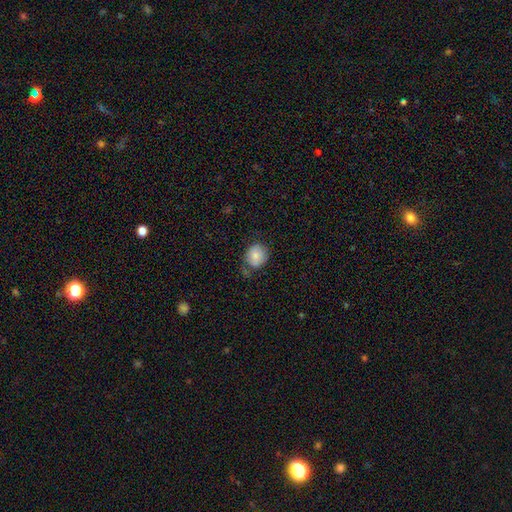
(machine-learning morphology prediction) Smooth or featured? smooth (79%)
How rounded? round (71%)
Merging? none (59%)